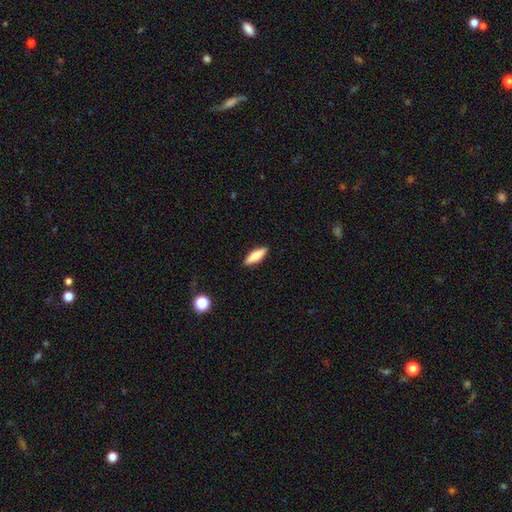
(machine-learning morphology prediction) Smooth or featured?
  - smooth: 70% *
  - featured or disk: 24%
  - star or artifact: 6%
How rounded?
  - cigar-shaped: 52% *
  - in between: 46%
  - round: 2%
Merging?
  - none: 89% *
  - minor disturbance: 8%
  - major disturbance: 2%
  - merger: 1%